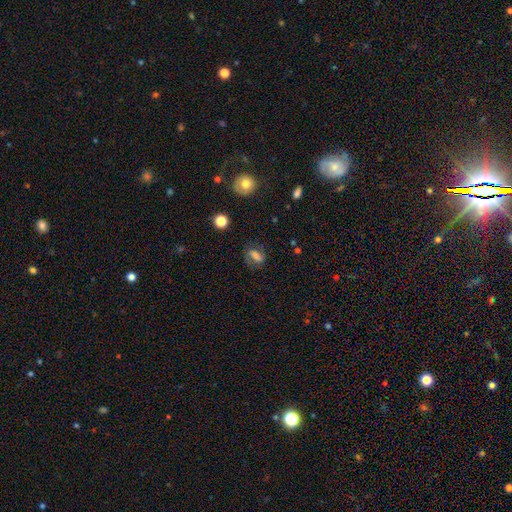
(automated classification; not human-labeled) Smooth or featured: smooth — 55% (featured or disk — 30%)
How rounded: in between — 68% (round — 20%)
Merging: none — 66% (minor disturbance — 20%)